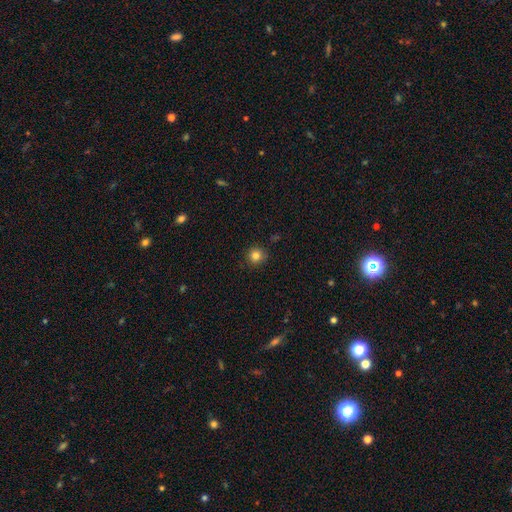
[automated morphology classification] The model was most divided on "smooth or featured": smooth: 83%, star or artifact: 12%, featured or disk: 5%. More confident: how rounded — round (93%); merging — none (90%).